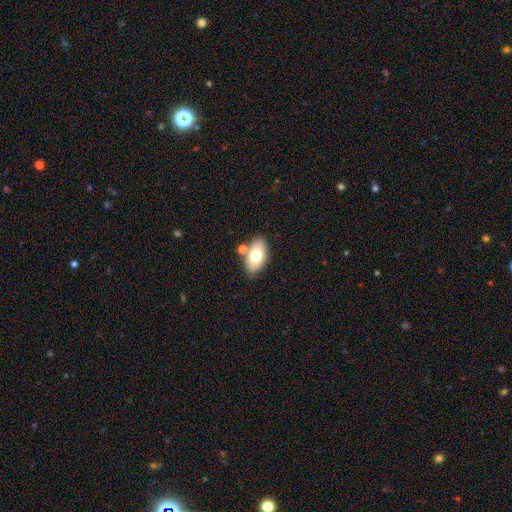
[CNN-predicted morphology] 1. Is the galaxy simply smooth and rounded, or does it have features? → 73% smooth, 19% featured or disk, 8% star or artifact.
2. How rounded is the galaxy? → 92% in between, 6% round, 2% cigar-shaped.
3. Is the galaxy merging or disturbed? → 73% none, 12% minor disturbance, 12% merger, 3% major disturbance.